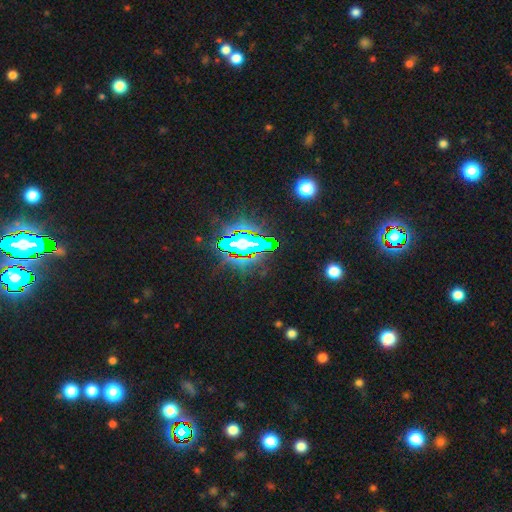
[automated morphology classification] Q: Smooth or featured?
A: star or artifact (83%); runner-up: smooth (9%)